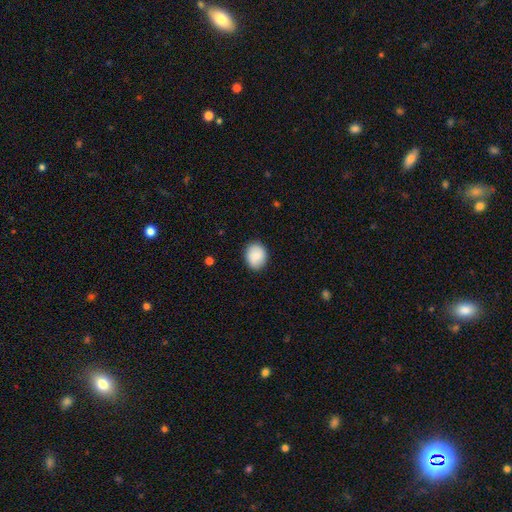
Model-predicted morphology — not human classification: This appears to be a smooth galaxy with no disk features (86%) that is round (54%). Merging: none (87%).